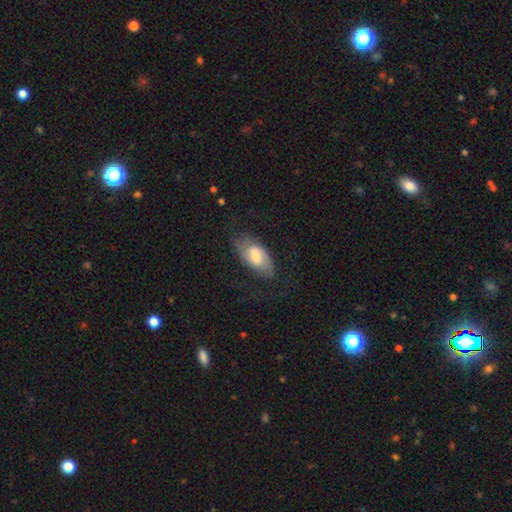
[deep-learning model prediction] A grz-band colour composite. It shows a smooth galaxy with no disk features (53%) that is in between round and cigar-shaped (90%). Merging: none (59%).